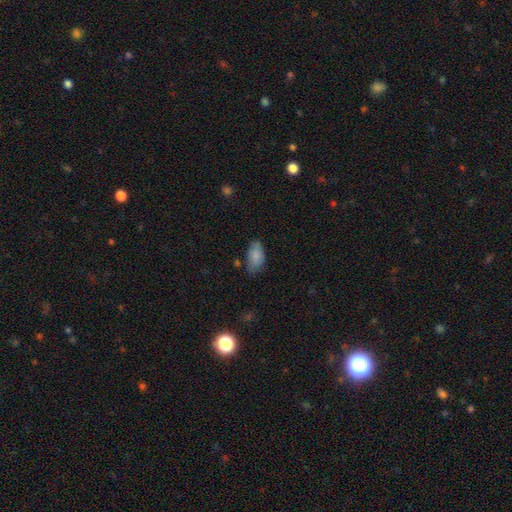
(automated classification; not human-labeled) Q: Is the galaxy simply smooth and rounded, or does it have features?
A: smooth — 85%.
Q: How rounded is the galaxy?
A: in between — 93%.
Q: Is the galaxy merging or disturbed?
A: none — 68%.